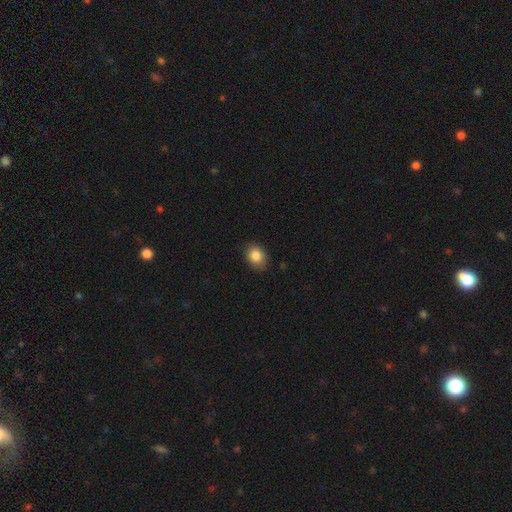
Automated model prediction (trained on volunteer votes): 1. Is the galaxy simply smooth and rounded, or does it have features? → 84% smooth, 9% star or artifact, 7% featured or disk.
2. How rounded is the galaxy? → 70% in between, 29% round, 1% cigar-shaped.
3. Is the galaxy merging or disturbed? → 84% none, 13% minor disturbance, 2% major disturbance, 1% merger.